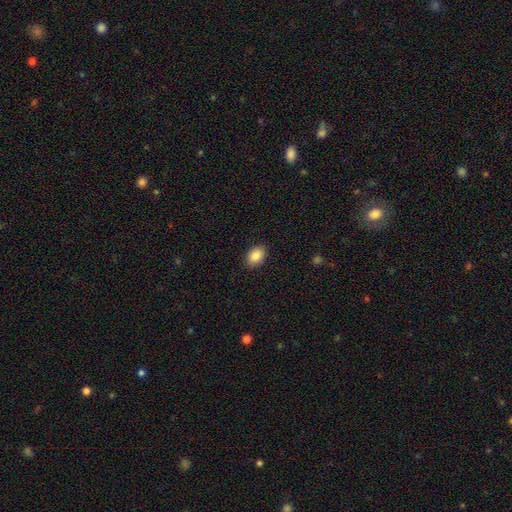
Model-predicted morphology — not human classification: The model was most divided on "how rounded": in between: 81%, round: 18%, cigar-shaped: 1%. More confident: merging — none (89%); smooth or featured — smooth (88%).